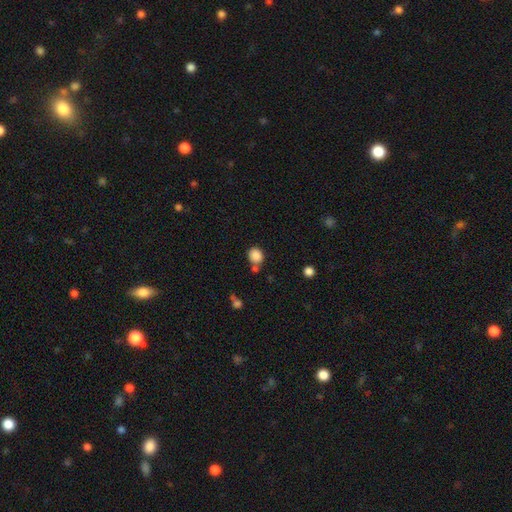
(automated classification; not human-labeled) The model was most divided on "merging": none: 64%, merger: 18%, minor disturbance: 13%, major disturbance: 4%. More confident: smooth or featured — smooth (86%); how rounded — round (74%).